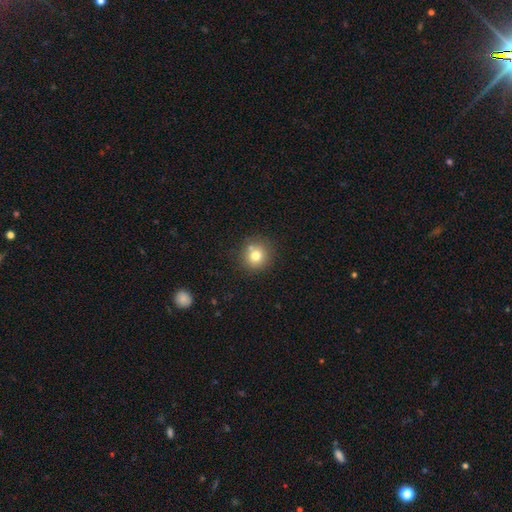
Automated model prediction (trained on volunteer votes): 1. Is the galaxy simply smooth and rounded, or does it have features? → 76% smooth, 13% star or artifact, 11% featured or disk.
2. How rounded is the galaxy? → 91% round, 8% in between, 1% cigar-shaped.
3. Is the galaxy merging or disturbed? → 76% none, 11% merger, 10% minor disturbance, 3% major disturbance.